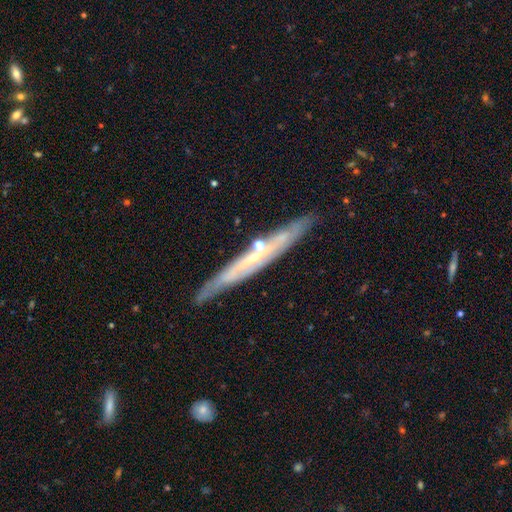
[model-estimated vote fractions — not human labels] Smooth or featured?
  - featured or disk: 70% *
  - smooth: 22%
  - star or artifact: 7%
Edge-on disk?
  - yes: 79% *
  - no: 21%
Edge-on bulge?
  - none: 64% *
  - rounded: 32%
  - boxy: 5%
Merging?
  - none: 80% *
  - minor disturbance: 13%
  - merger: 5%
  - major disturbance: 3%